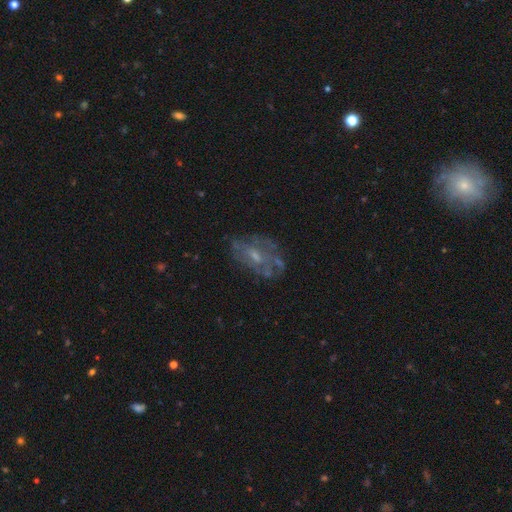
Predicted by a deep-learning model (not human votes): The model was most divided on "spiral arms": no: 55%, yes: 45%. More confident: edge-on disk — no (95%); smooth or featured — featured or disk (67%); bar — no (61%); merging — none (56%); bulge size — small (50%).